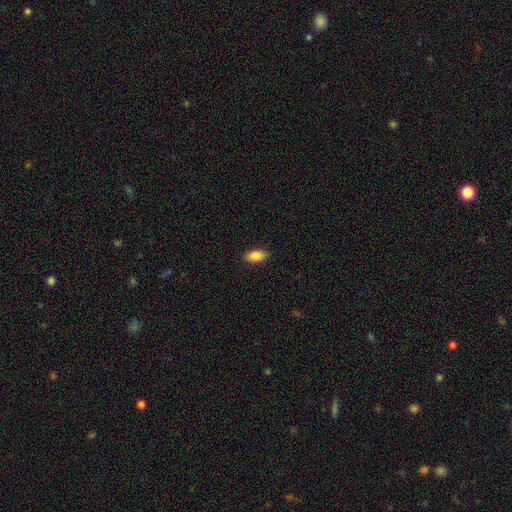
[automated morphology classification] The model was most divided on "merging": none: 88%, minor disturbance: 9%, major disturbance: 2%, merger: 1%. More confident: how rounded — in between (92%); smooth or featured — smooth (88%).